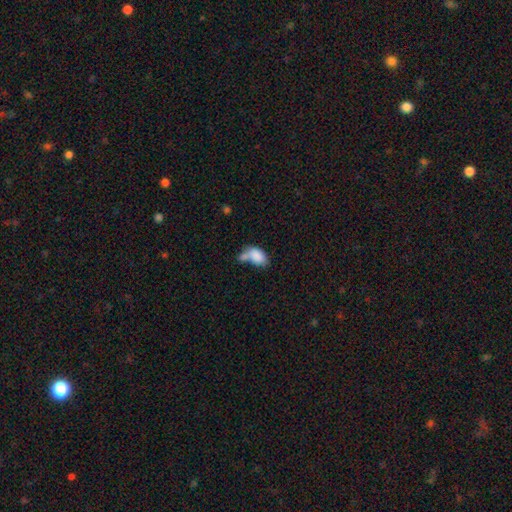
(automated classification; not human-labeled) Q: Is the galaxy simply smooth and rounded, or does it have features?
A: smooth — 82%.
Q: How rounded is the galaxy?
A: in between — 91%.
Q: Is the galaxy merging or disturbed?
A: merger — 48%.